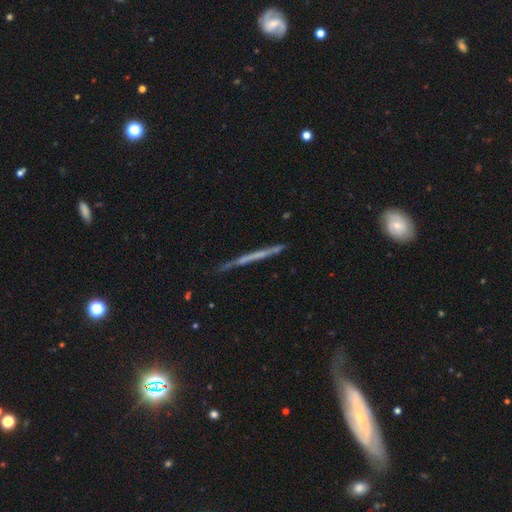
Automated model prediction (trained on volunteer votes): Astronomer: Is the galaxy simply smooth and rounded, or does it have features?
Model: featured or disk — 57% (runner-up: smooth, 36%).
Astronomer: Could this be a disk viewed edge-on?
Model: yes — 96%.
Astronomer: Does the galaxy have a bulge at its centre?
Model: none — 89%.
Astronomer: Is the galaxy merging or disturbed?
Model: none — 83%.